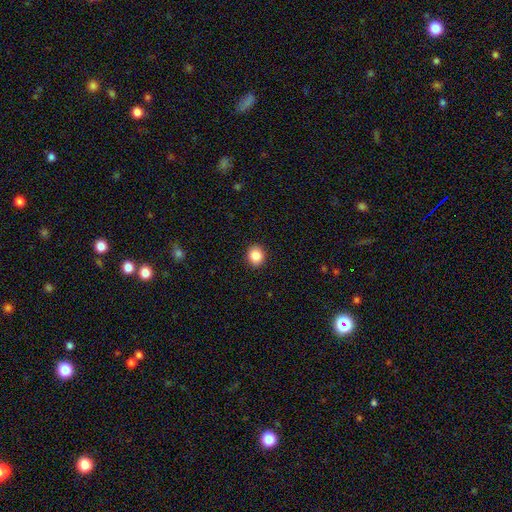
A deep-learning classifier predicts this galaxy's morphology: The model was most divided on "how rounded": round: 75%, in between: 24%, cigar-shaped: 1%. More confident: merging — none (92%); smooth or featured — smooth (87%).